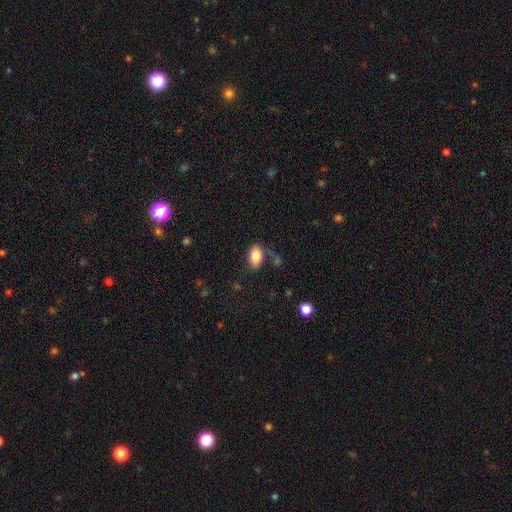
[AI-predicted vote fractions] A smooth galaxy with no disk features (83%) that is in between round and cigar-shaped (91%). Merging: none (59%).